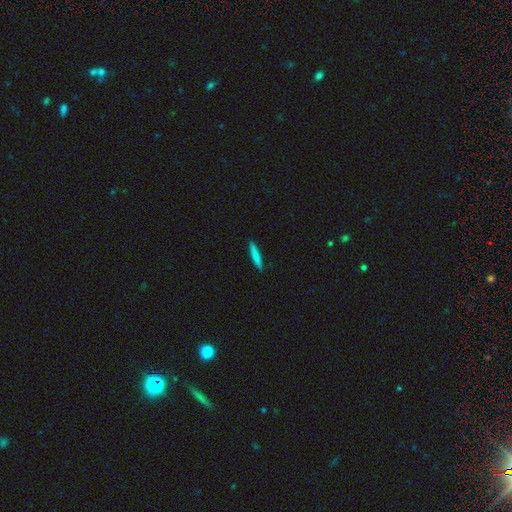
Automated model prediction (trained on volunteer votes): Overall: smooth (77%). How rounded: cigar-shaped (94%). Merging: none (92%).